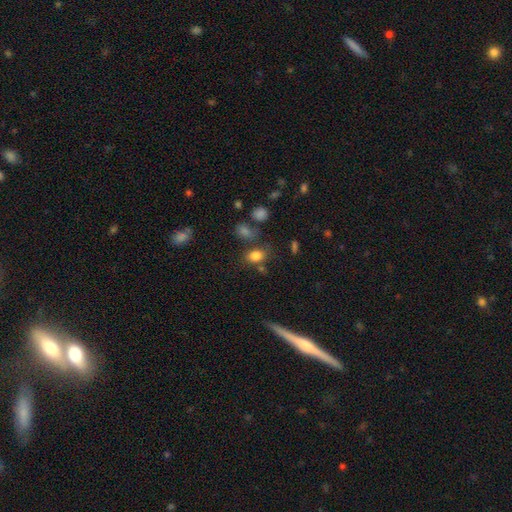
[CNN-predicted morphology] A smooth galaxy with no disk features (80%) that is in between round and cigar-shaped (73%). Merging: none (66%).